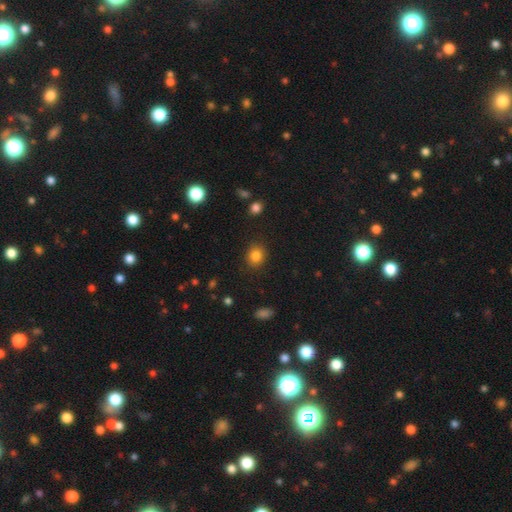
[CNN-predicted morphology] Q: Smooth or featured?
A: smooth (84%); runner-up: star or artifact (11%)
Q: How rounded?
A: round (72%); runner-up: in between (27%)
Q: Merging?
A: none (88%); runner-up: minor disturbance (8%)